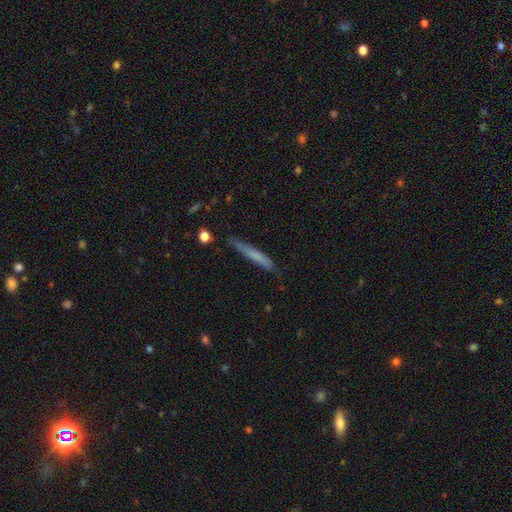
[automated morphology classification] smooth-or-featured: smooth: 62% | featured or disk: 31% | star or artifact: 7%
  how-rounded: cigar-shaped: 95% | in between: 3% | round: 1%
  merging: none: 79% | minor disturbance: 16% | major disturbance: 3% | merger: 2%